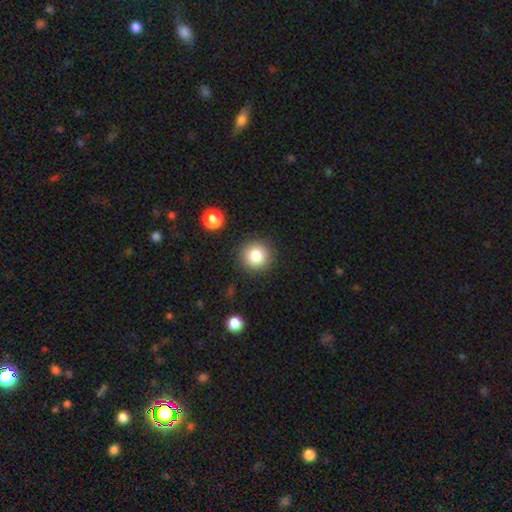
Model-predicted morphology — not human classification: This appears to be a smooth galaxy with no disk features (83%) that is round (95%). Merging: none (89%).